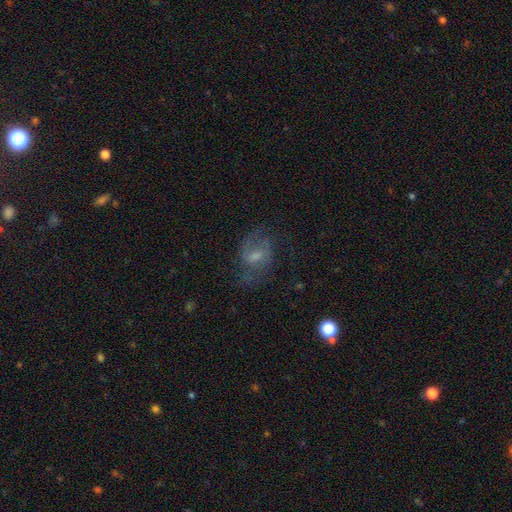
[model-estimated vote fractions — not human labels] featured or disk 64%, smooth 25%, star or artifact 11%. Down the decision tree: edge-on disk — no (96%); bar — weak (55%); spiral arms — yes (83%); spiral arm count — 2 (75%); spiral winding — medium (47%); bulge size — moderate (43%); merging — none (60%).